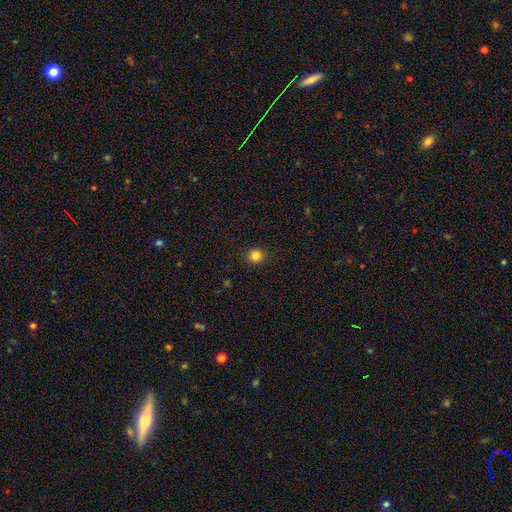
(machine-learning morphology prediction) smooth 84%, star or artifact 12%, featured or disk 4%. Down the decision tree: how rounded — round (92%); merging — none (92%).